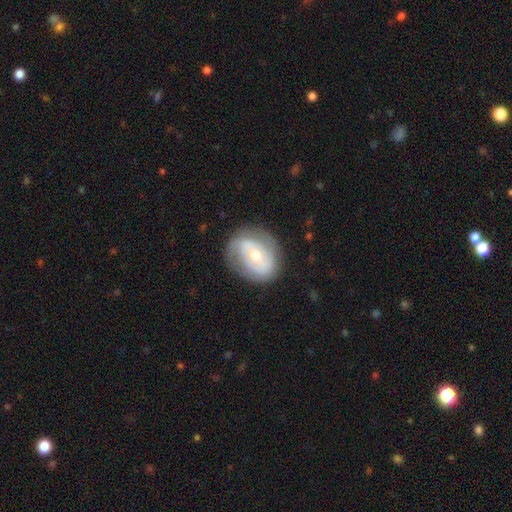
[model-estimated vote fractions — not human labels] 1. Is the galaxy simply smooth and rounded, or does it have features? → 66% featured or disk, 28% smooth, 6% star or artifact.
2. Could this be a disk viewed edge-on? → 96% no, 4% yes.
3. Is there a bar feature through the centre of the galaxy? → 50% no, 34% weak, 16% strong.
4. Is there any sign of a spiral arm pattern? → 71% yes, 29% no.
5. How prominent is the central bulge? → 55% moderate, 40% small, 3% large, 1% none, 1% dominant.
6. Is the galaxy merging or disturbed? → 72% none, 19% minor disturbance, 8% major disturbance, 2% merger.